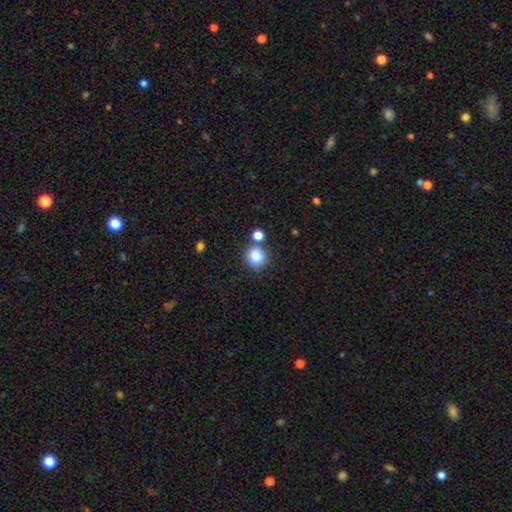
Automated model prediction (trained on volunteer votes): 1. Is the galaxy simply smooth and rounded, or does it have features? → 82% smooth, 12% star or artifact, 7% featured or disk.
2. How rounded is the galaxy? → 87% round, 12% in between, 1% cigar-shaped.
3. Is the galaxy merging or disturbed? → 71% none, 16% merger, 10% minor disturbance, 3% major disturbance.